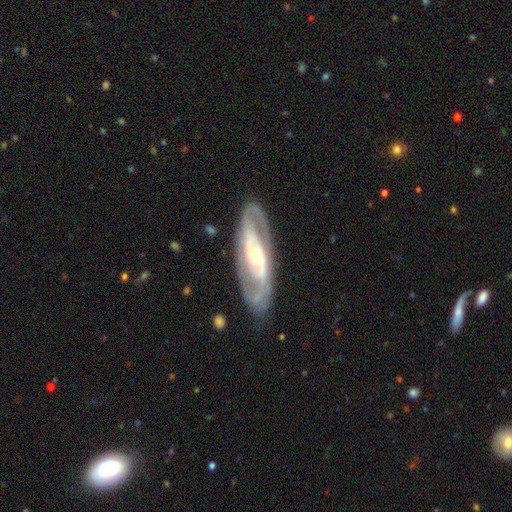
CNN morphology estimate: type=featured or disk (84%); edge-on=no (88%); bar=no (47%); spiral arms=yes (89%); winding=tight (45%); arm count=2 (76%); bulge=small (59%); merging=none (80%).